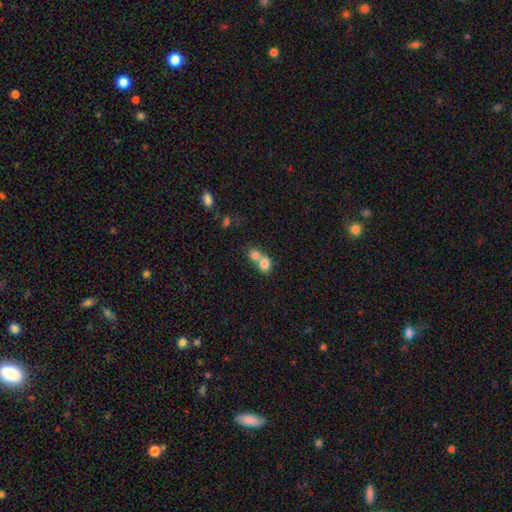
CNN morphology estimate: Smooth or featured? Predicted: smooth (p=0.78). How rounded? Predicted: round (p=0.64). Merging? Predicted: merger (p=0.70).